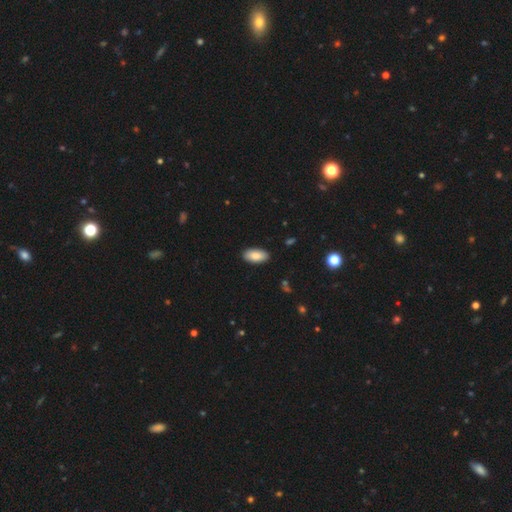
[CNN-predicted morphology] type=smooth (87%); roundness=in between (93%); merging=none (89%).